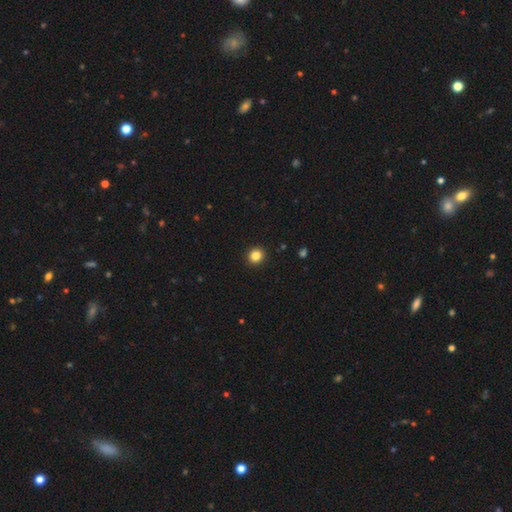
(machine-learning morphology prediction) Smooth or featured? smooth (84%)
How rounded? round (90%)
Merging? none (93%)